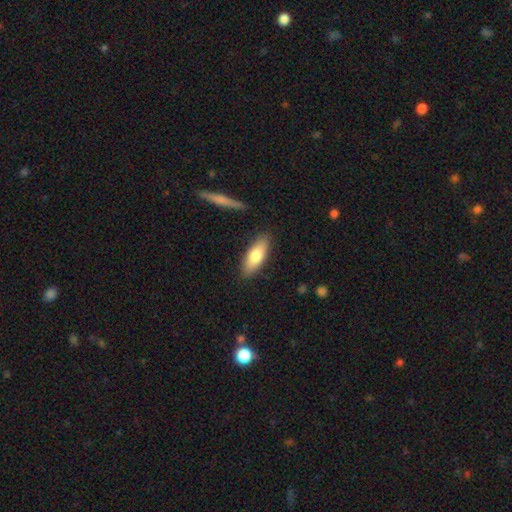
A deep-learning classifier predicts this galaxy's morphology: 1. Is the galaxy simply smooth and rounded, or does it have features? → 75% smooth, 20% featured or disk, 5% star or artifact.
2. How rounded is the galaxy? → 66% in between, 31% cigar-shaped, 2% round.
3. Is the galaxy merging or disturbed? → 86% none, 10% minor disturbance, 2% major disturbance, 2% merger.